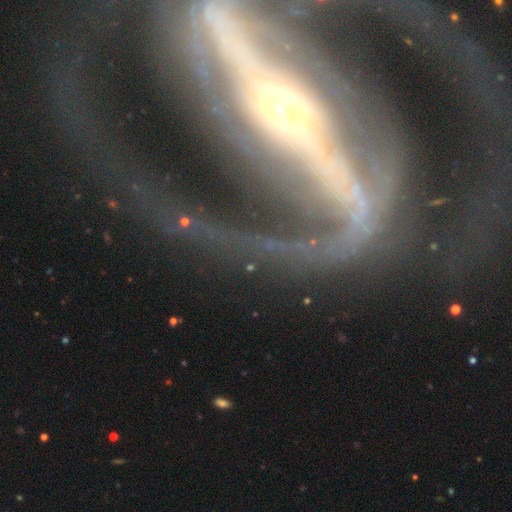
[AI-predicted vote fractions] featured or disk 90%, star or artifact 6%, smooth 4%. Down the decision tree: edge-on disk — no (89%); bar — strong (80%); spiral arms — yes (88%); spiral arm count — 2 (78%); spiral winding — medium (43%); bulge size — small (55%); merging — none (53%).